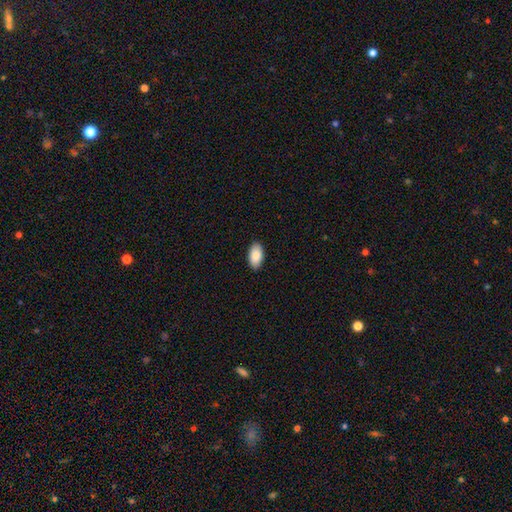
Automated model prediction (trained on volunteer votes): smooth 89%, star or artifact 6%, featured or disk 4%. Down the decision tree: how rounded — in between (95%); merging — none (88%).